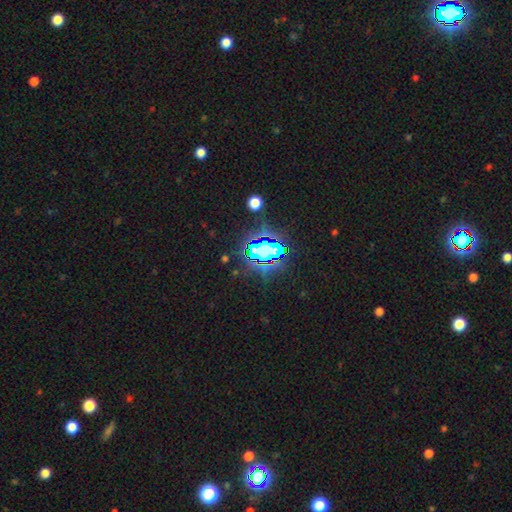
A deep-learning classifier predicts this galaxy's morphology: type=star or artifact (81%).